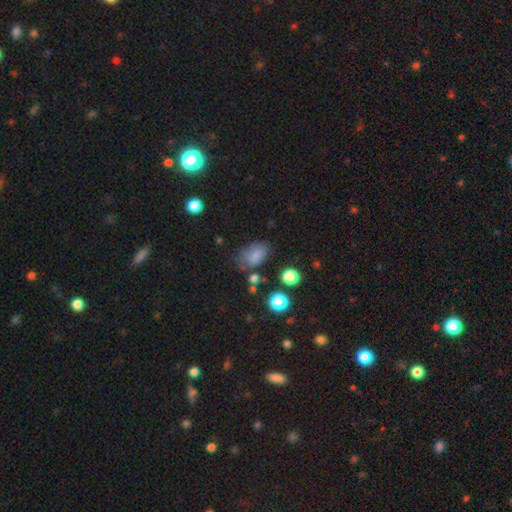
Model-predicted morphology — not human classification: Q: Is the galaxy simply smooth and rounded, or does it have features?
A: smooth — 76%.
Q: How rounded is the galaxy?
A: in between — 86%.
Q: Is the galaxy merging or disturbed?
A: none — 57%.